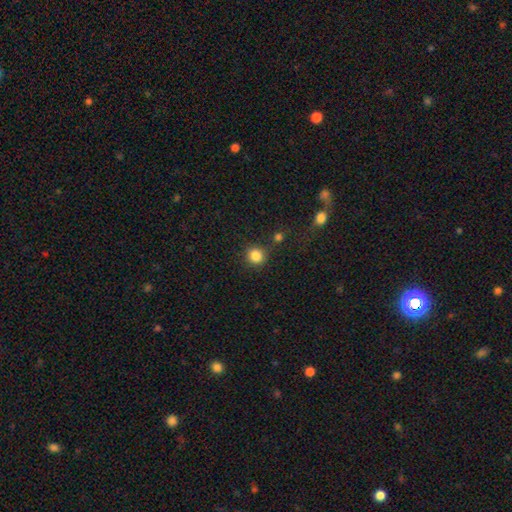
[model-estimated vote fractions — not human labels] Morphology: type=smooth (85%); roundness=round (92%); merging=none (83%).